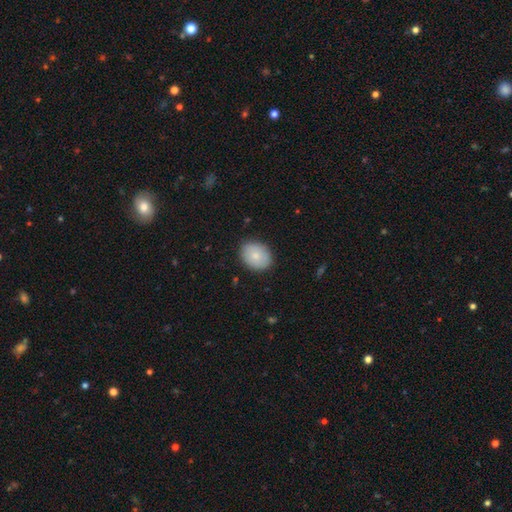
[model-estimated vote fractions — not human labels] smooth_or_featured: smooth (p=0.80) [alt: featured or disk p=0.14]
how_rounded: in between (p=0.60) [alt: round p=0.39]
merging: none (p=0.84) [alt: minor disturbance p=0.13]